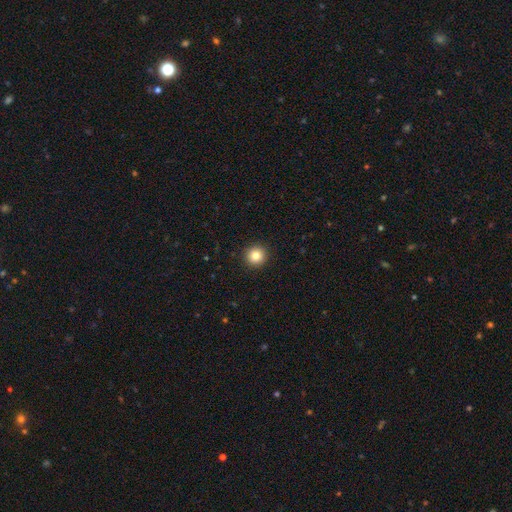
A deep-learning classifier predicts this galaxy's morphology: Smooth or featured?
  - smooth: 84% *
  - star or artifact: 11%
  - featured or disk: 6%
How rounded?
  - round: 95% *
  - in between: 4%
  - cigar-shaped: 1%
Merging?
  - none: 93% *
  - minor disturbance: 4%
  - major disturbance: 2%
  - merger: 1%